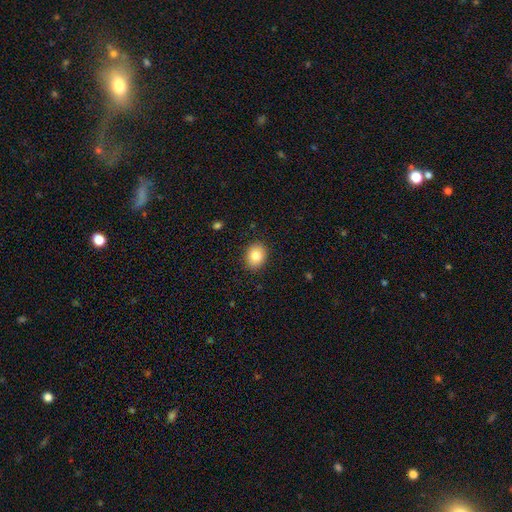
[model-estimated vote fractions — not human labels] This is clearly a smooth galaxy (85%). How rounded: possibly in between (55%). Merging: clearly none (88%).